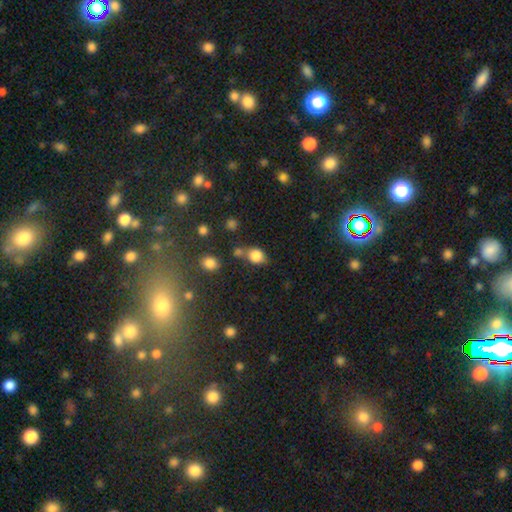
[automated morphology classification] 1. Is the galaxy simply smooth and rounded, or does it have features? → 83% smooth, 11% star or artifact, 6% featured or disk.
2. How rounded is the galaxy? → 51% in between, 48% round, 1% cigar-shaped.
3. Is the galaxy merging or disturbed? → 57% none, 21% merger, 17% minor disturbance, 5% major disturbance.